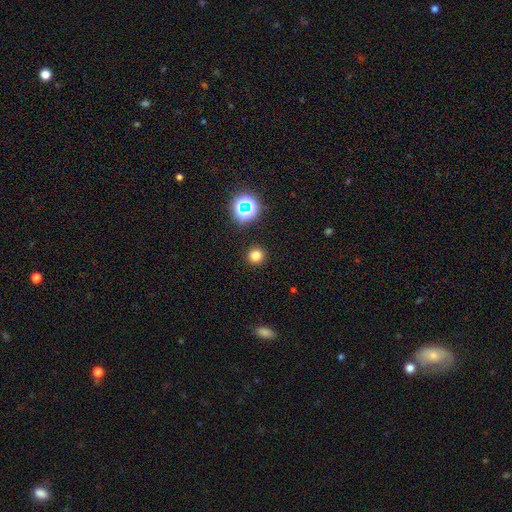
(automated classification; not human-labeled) A smooth galaxy with no disk features (76%) that is round (94%). Merging: none (92%).